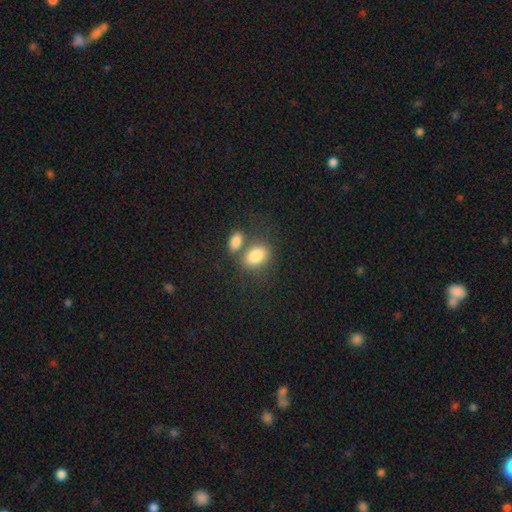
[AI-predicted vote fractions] The model was most divided on "merging": none: 48%, merger: 34%, minor disturbance: 12%, major disturbance: 6%. More confident: smooth or featured — smooth (84%); how rounded — in between (83%).